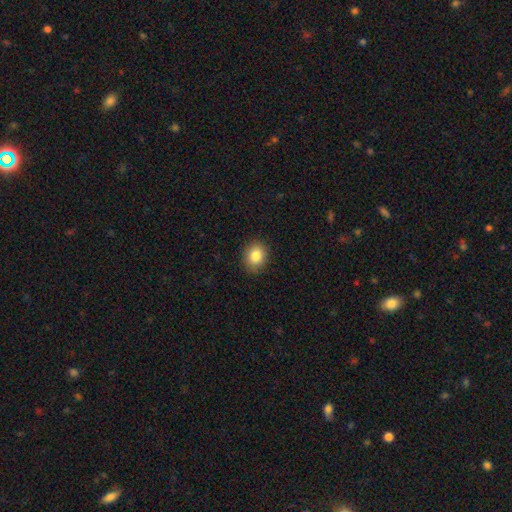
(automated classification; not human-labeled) This appears to be a smooth galaxy with no disk features (84%) that is round (61%). Merging: none (88%).